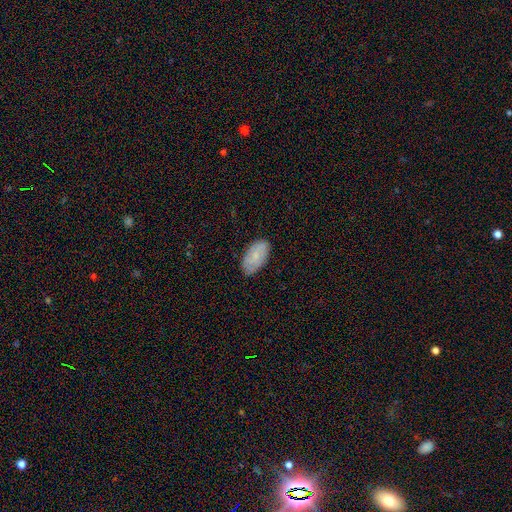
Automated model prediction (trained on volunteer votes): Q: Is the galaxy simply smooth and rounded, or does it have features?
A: smooth — 73%.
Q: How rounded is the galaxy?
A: in between — 95%.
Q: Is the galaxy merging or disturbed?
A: none — 81%.